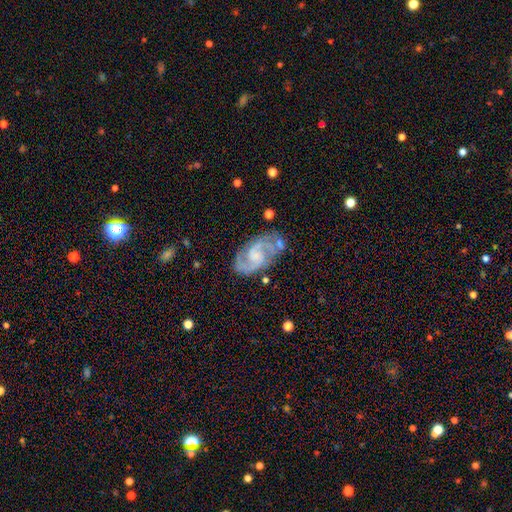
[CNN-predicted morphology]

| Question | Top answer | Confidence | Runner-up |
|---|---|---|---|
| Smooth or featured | featured or disk | 89% | smooth (6%) |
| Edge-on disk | no | 98% | yes (2%) |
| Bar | no | 48% | weak (43%) |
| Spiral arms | yes | 98% | no (2%) |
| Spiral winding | medium | 56% | tight (30%) |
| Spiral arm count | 2 | 85% | 3 (6%) |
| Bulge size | small | 48% | none (28%) |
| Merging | none | 73% | minor disturbance (17%) |